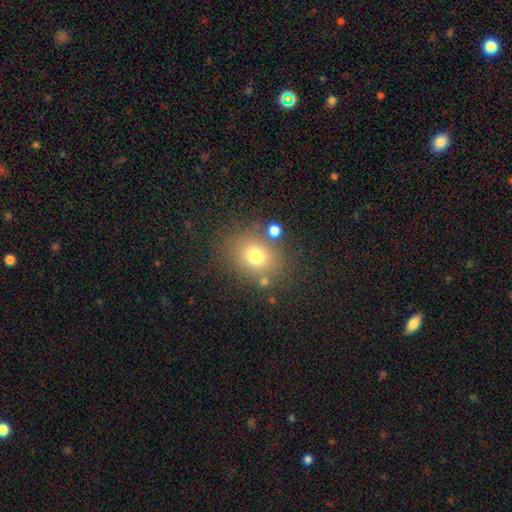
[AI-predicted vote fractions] Smooth or featured: smooth — 72% (star or artifact — 16%)
How rounded: round — 68% (in between — 31%)
Merging: none — 76% (minor disturbance — 11%)